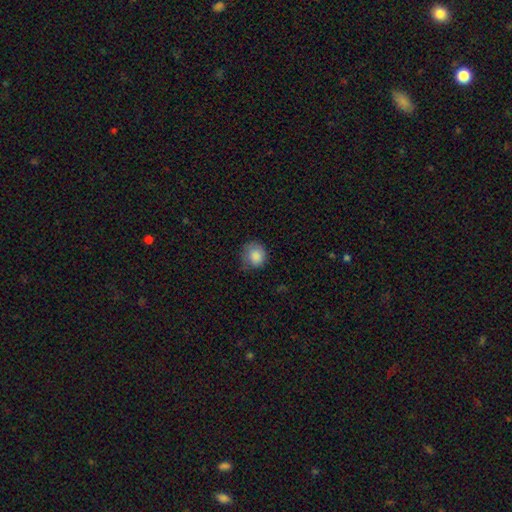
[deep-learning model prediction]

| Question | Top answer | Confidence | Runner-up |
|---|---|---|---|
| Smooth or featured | smooth | 85% | star or artifact (8%) |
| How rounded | round | 80% | in between (19%) |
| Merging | none | 58% | minor disturbance (30%) |